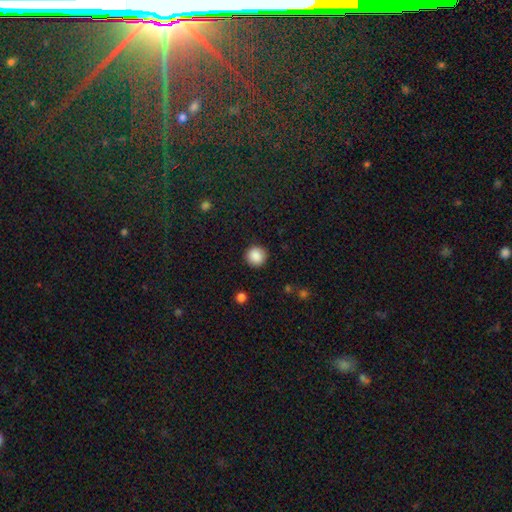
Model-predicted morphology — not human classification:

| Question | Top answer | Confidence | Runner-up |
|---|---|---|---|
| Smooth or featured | smooth | 88% | star or artifact (9%) |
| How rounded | round | 95% | in between (4%) |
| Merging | none | 91% | minor disturbance (6%) |